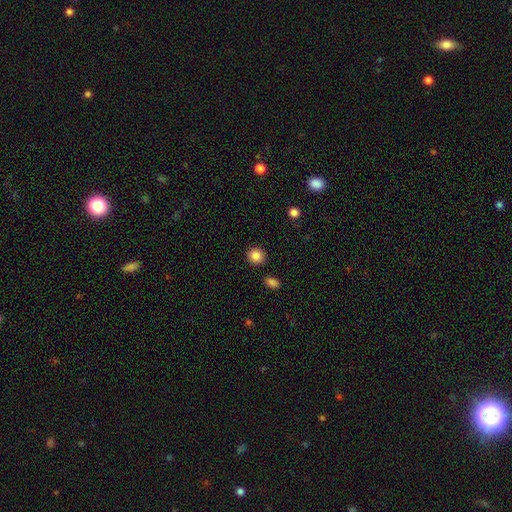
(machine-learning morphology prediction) Smooth or featured? Predicted: smooth (p=0.86). How rounded? Predicted: round (p=0.90). Merging? Predicted: none (p=0.90).